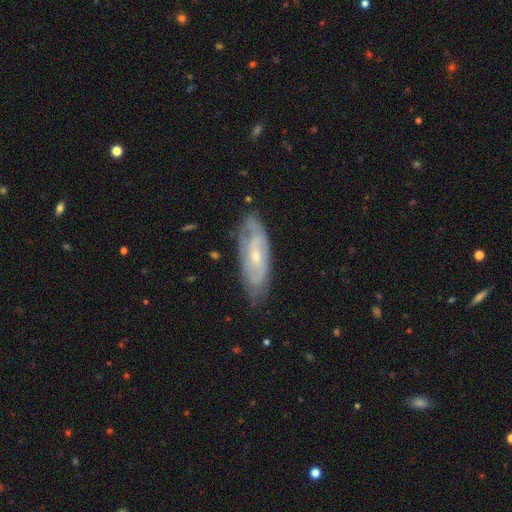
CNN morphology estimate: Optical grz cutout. It shows a featured or disk galaxy (75%) with no bar (51%), 2 (46%) tight (52%) spiral arms (84%) and a small central bulge (69%). Merging: none (75%).